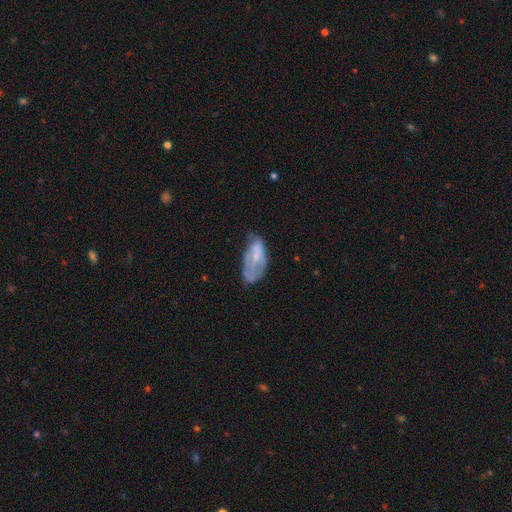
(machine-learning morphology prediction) This is possibly a smooth galaxy (53%). How rounded: clearly in between (86%). Merging: marginally none (38%).